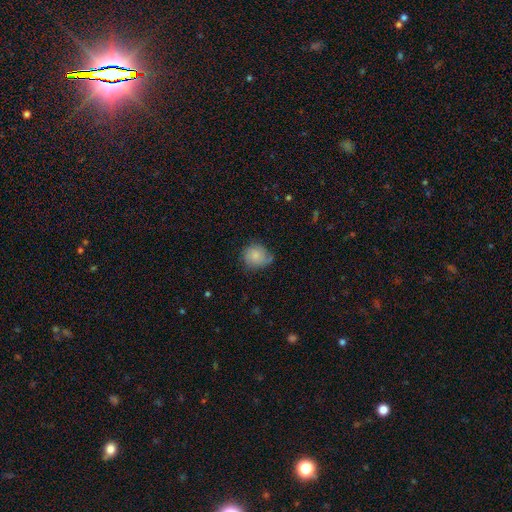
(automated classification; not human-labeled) smooth 67%, featured or disk 25%, star or artifact 8%. Down the decision tree: how rounded — round (78%); merging — none (57%).